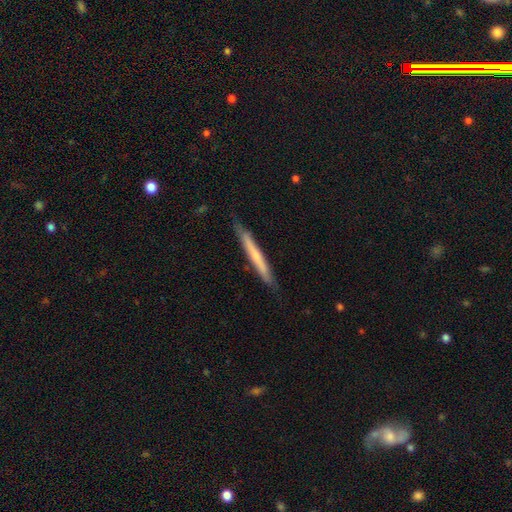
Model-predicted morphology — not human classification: Smooth or featured? Predicted: smooth (p=0.51). How rounded? Predicted: cigar-shaped (p=0.97). Merging? Predicted: none (p=0.83).